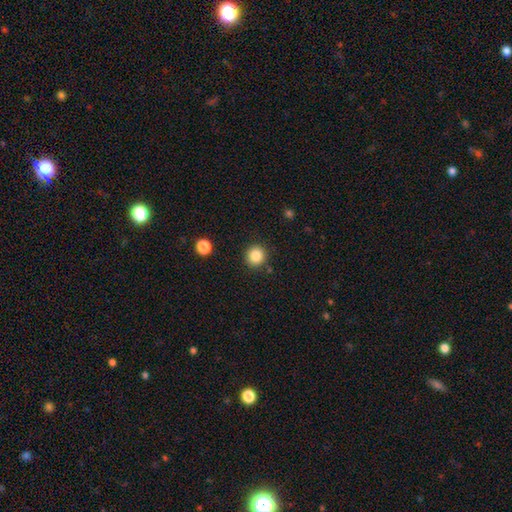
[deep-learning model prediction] This is clearly a smooth galaxy (86%). How rounded: clearly round (92%). Merging: clearly none (89%).